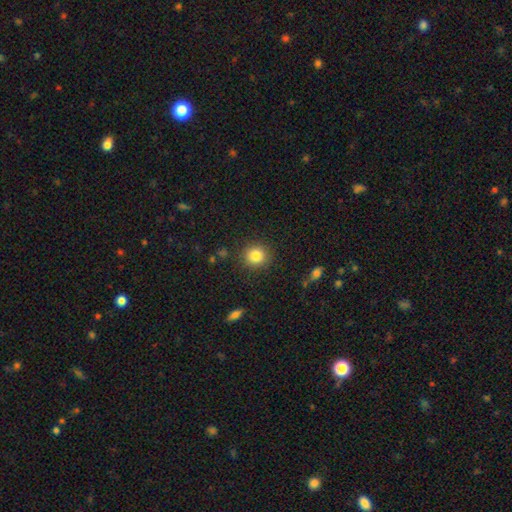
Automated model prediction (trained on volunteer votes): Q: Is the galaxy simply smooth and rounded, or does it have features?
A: smooth — 84%.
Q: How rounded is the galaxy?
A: round — 88%.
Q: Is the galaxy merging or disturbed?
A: none — 88%.